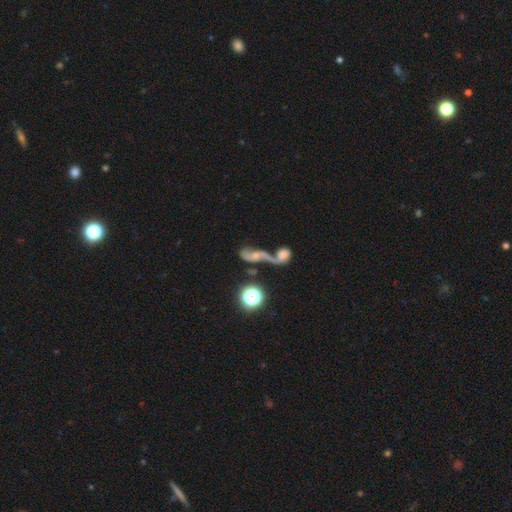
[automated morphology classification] This appears to be a featured or disk galaxy (60%) with no bar (66%), spiral arms (77%) and a small central bulge (42%). Merging: merger (57%).